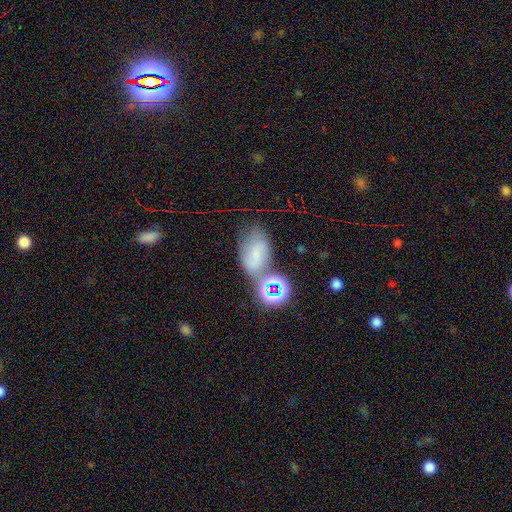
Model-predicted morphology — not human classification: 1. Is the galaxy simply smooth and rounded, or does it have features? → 51% smooth, 24% star or artifact, 24% featured or disk.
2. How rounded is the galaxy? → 83% in between, 14% round, 2% cigar-shaped.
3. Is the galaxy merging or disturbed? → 42% none, 25% merger, 21% minor disturbance, 12% major disturbance.